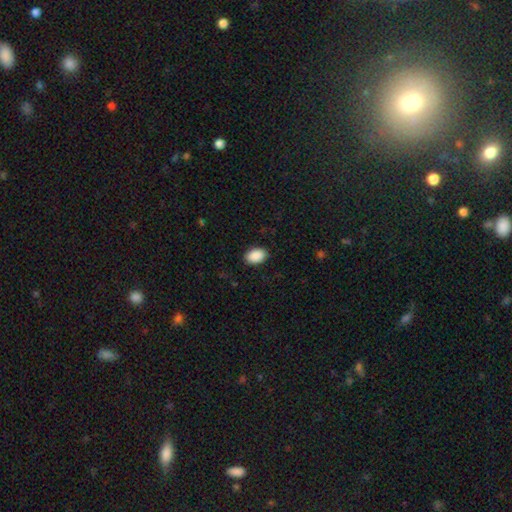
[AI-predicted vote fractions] smooth-or-featured: smooth: 90% | star or artifact: 7% | featured or disk: 3%
  how-rounded: in between: 88% | round: 11% | cigar-shaped: 1%
  merging: none: 89% | minor disturbance: 8% | major disturbance: 2% | merger: 1%